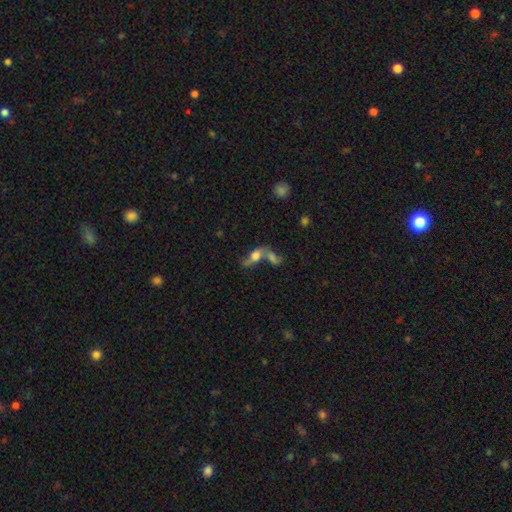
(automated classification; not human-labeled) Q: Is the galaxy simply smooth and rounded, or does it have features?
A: featured or disk — 47%.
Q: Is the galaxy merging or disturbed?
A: merger — 55%.